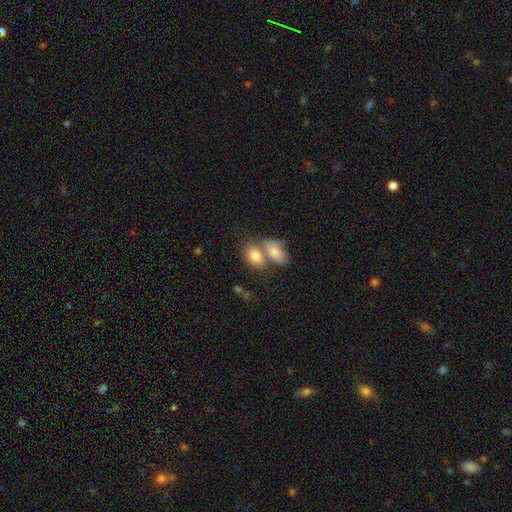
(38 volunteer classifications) smooth 87%, star or artifact 8%, featured or disk 5%. Down the decision tree: how rounded — in between (88%); merging — merger (60%).